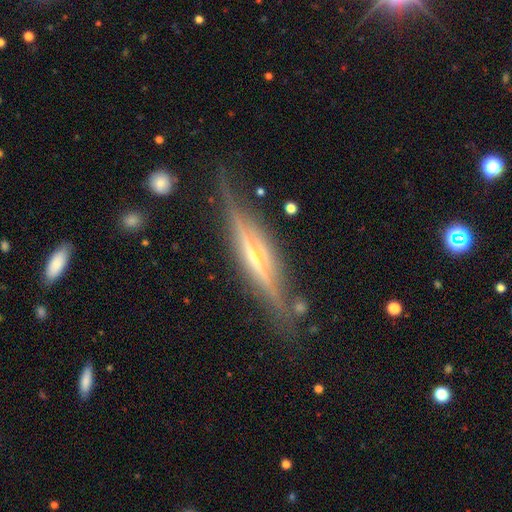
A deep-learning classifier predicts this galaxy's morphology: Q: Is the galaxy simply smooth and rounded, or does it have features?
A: featured or disk — 85%.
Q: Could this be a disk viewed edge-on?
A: yes — 96%.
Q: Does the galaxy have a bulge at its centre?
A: rounded — 82%.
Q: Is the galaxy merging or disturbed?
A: none — 80%.